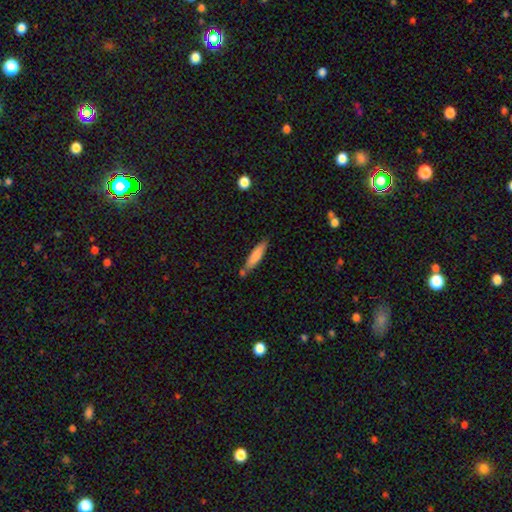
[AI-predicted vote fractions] This is clearly a smooth galaxy (80%). How rounded: likely cigar-shaped (76%). Merging: likely none (66%).